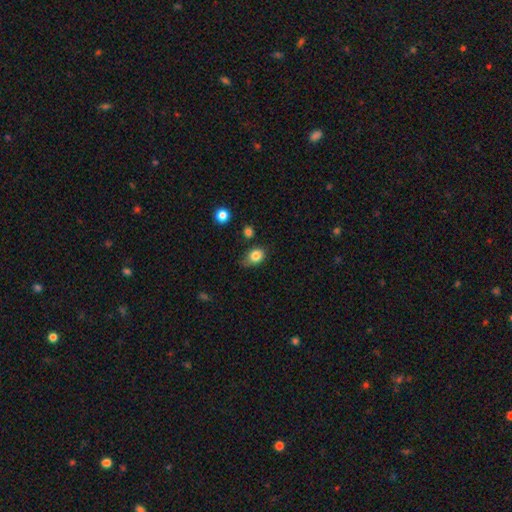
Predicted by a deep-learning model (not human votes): smooth_or_featured: smooth (p=0.83) [alt: star or artifact p=0.10]
how_rounded: in between (p=0.55) [alt: round p=0.44]
merging: none (p=0.59) [alt: minor disturbance p=0.31]